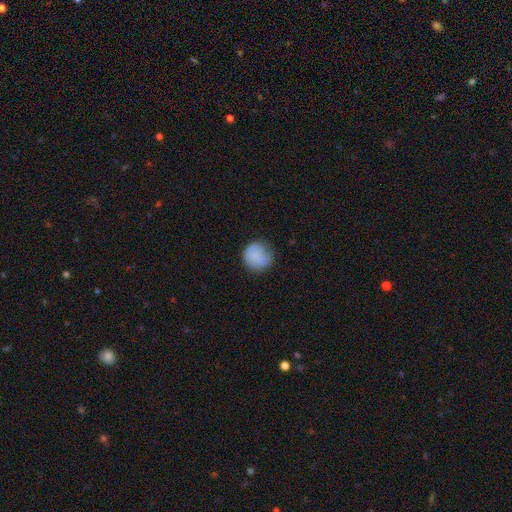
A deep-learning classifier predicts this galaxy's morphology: smooth-or-featured: smooth: 85% | featured or disk: 8% | star or artifact: 8%
  how-rounded: round: 91% | in between: 8% | cigar-shaped: 1%
  merging: none: 74% | minor disturbance: 19% | major disturbance: 5% | merger: 1%